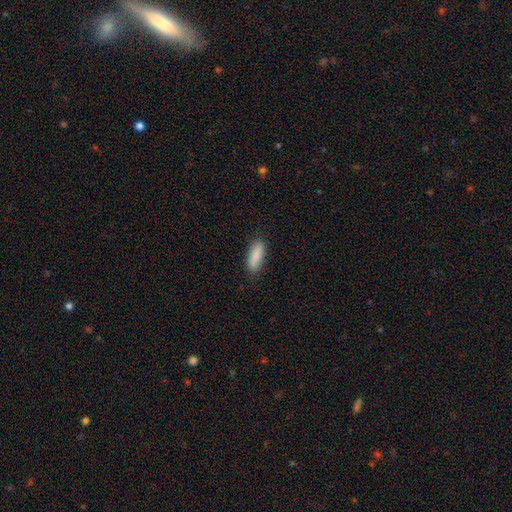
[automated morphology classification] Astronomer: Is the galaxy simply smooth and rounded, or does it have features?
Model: smooth — 88%.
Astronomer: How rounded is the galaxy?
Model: in between — 63%.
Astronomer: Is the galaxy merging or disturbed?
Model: none — 85%.